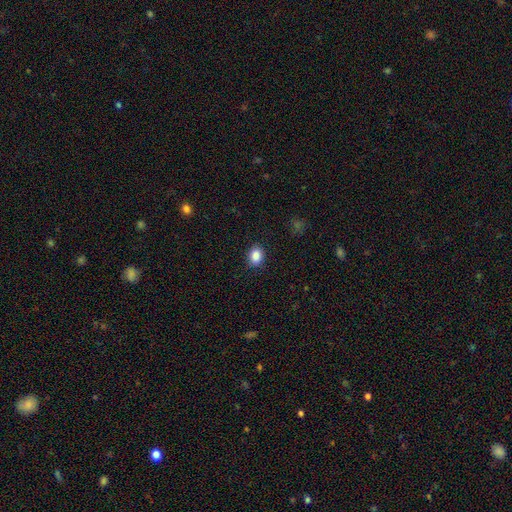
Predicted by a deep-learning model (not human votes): Morphology: type=smooth (87%); roundness=in between (68%); merging=none (88%).